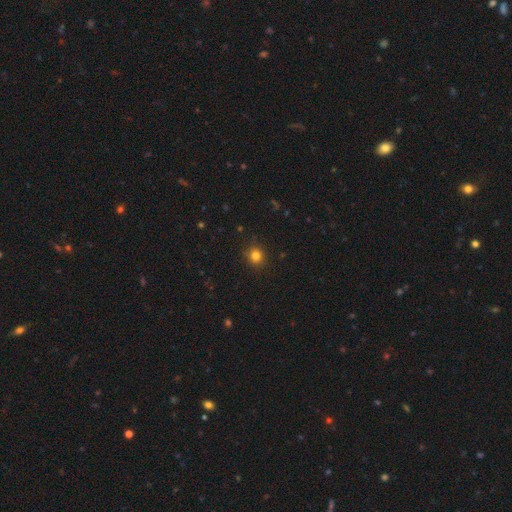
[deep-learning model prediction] Morphology: type=smooth (81%); roundness=round (88%); merging=none (90%).